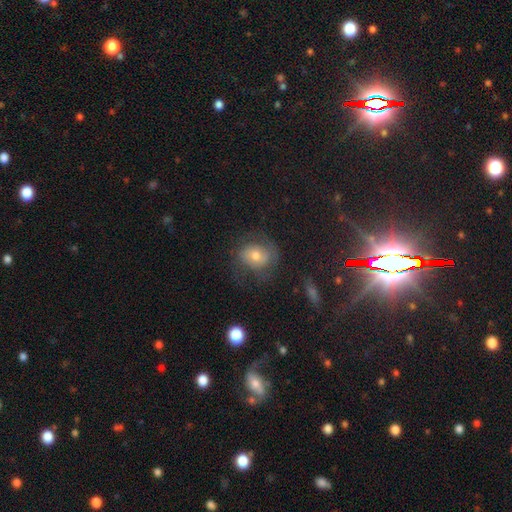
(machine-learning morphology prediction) Smooth or featured: smooth — 48% (featured or disk — 40%)
Merging: none — 60% (minor disturbance — 21%)